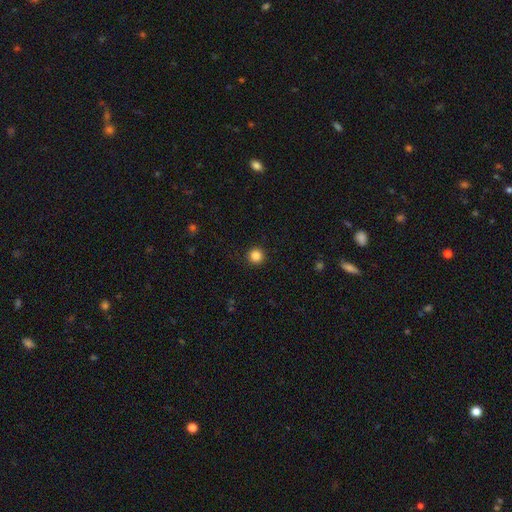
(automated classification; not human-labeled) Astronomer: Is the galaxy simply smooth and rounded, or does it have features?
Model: smooth — 85%.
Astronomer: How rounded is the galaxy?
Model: round — 96%.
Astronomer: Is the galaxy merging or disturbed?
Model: none — 92%.